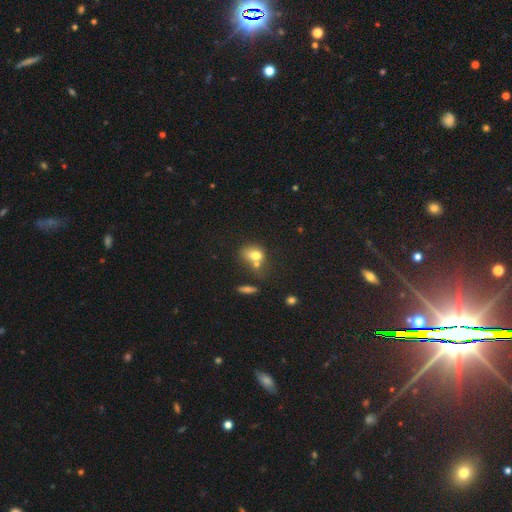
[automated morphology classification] Q: Smooth or featured?
A: smooth (70%); runner-up: featured or disk (18%)
Q: How rounded?
A: in between (57%); runner-up: round (40%)
Q: Merging?
A: merger (52%); runner-up: none (27%)